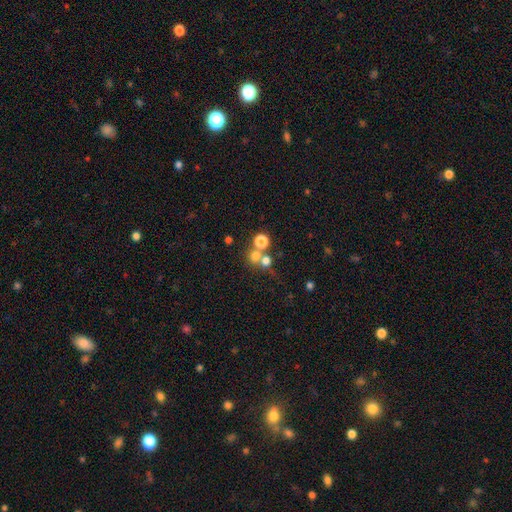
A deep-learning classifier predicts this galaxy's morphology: Smooth or featured: smooth — 67% (star or artifact — 21%)
How rounded: round — 87% (in between — 11%)
Merging: none — 51% (merger — 38%)